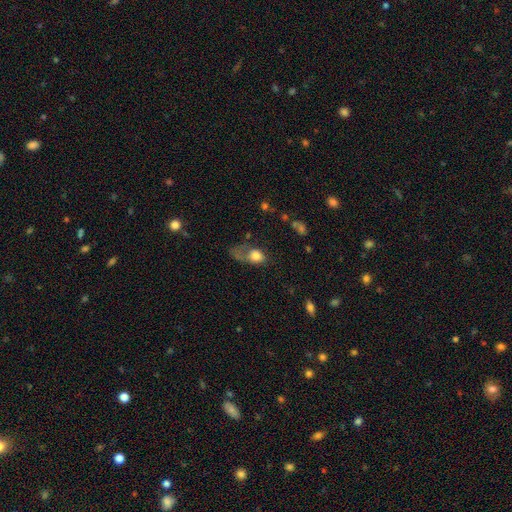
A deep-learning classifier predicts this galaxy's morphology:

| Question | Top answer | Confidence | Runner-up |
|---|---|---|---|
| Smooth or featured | smooth | 71% | featured or disk (19%) |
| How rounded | in between | 60% | round (37%) |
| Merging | major disturbance | 52% | none (21%) |